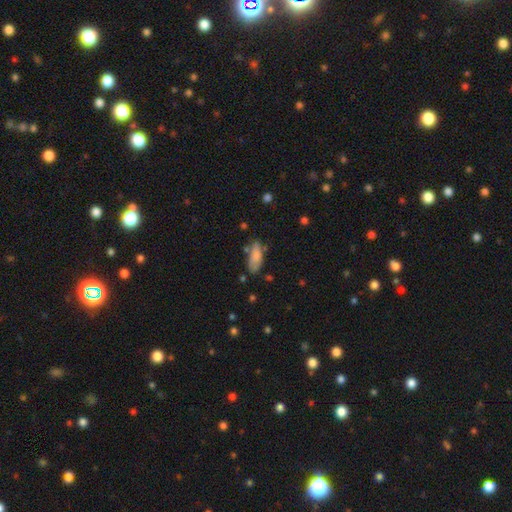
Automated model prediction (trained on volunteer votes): This appears to be a smooth galaxy with no disk features (81%) that is in between round and cigar-shaped (76%). Merging: none (63%).